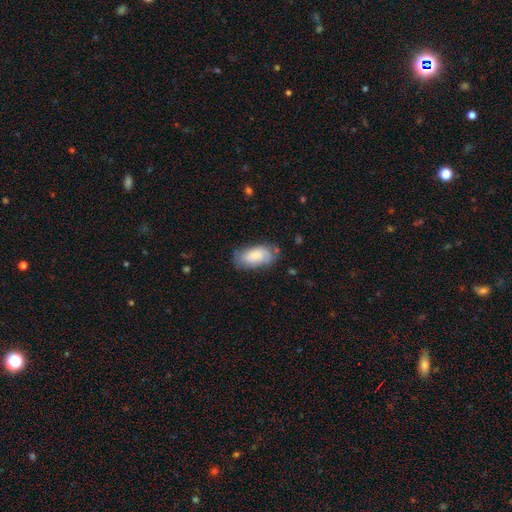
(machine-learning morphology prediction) A smooth galaxy with no disk features (63%) that is in between round and cigar-shaped (93%). Merging: none (66%).